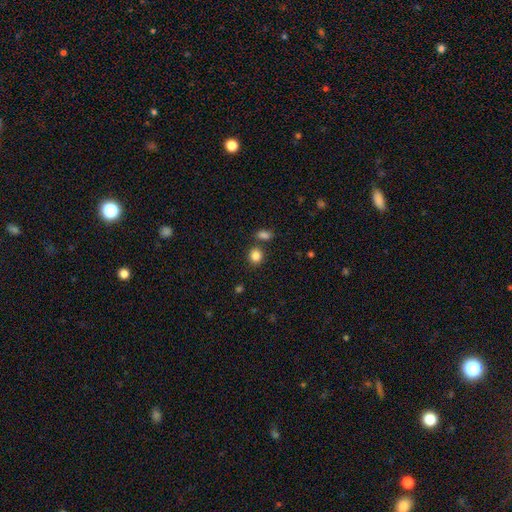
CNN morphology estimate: Overall: smooth (84%). How rounded: round (77%). Merging: none (75%).